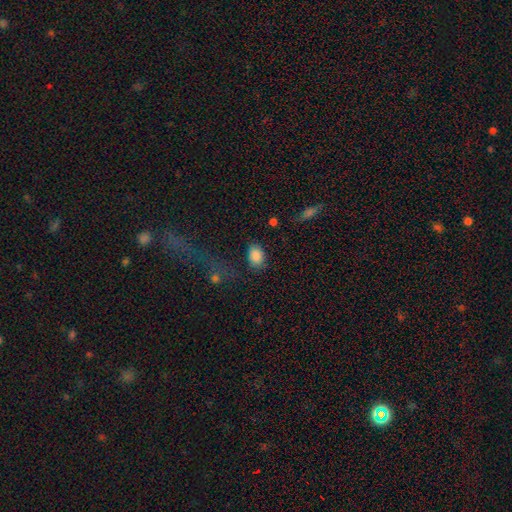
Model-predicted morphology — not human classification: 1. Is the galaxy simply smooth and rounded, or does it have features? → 87% smooth, 8% star or artifact, 5% featured or disk.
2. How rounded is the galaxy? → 80% in between, 19% round, 1% cigar-shaped.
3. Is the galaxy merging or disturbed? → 74% none, 16% minor disturbance, 6% major disturbance, 4% merger.